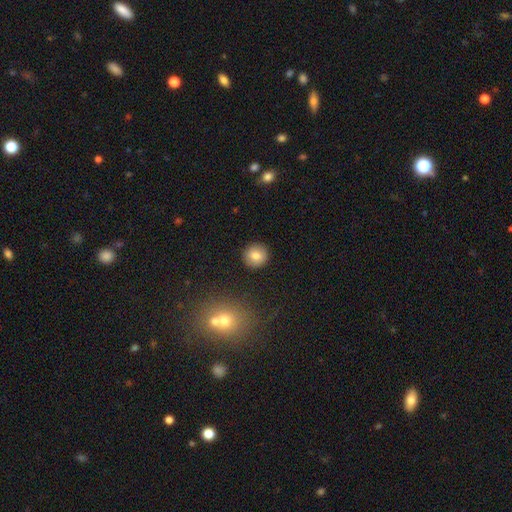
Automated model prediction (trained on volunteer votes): smooth 81%, star or artifact 9%, featured or disk 9%. Down the decision tree: how rounded — round (93%); merging — none (91%).